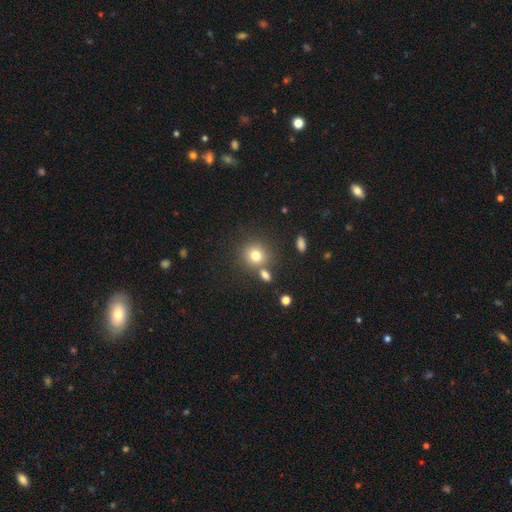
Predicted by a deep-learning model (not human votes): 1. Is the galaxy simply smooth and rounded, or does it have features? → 77% smooth, 13% star or artifact, 9% featured or disk.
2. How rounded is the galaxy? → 86% round, 13% in between, 1% cigar-shaped.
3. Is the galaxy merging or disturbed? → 71% none, 16% merger, 9% minor disturbance, 4% major disturbance.